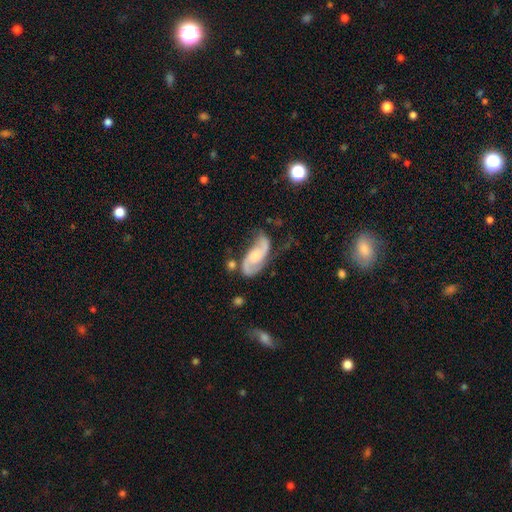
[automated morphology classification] Overall: featured or disk (83%). Edge-on disk: no (95%). Bar: no (58%; weak 33%). Spiral arms: yes (96%). Spiral arm count: 2 (90%). Spiral winding: medium (46%; loose 36%). Bulge size: moderate (37%; small 34%). Merging: none (57%; minor disturbance 23%).